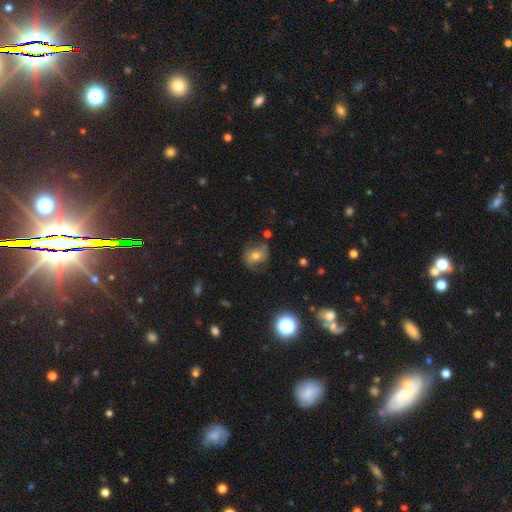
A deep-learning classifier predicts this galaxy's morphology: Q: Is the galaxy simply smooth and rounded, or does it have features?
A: smooth — 49%.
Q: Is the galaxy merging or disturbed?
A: none — 65%.